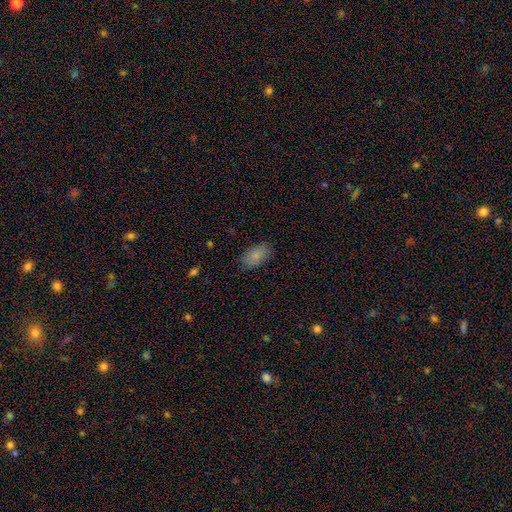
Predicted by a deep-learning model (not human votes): Smooth or featured? Predicted: smooth (p=0.86). How rounded? Predicted: in between (p=0.93). Merging? Predicted: none (p=0.83).